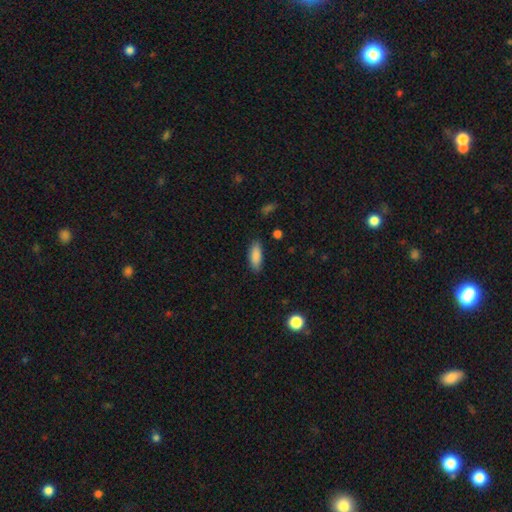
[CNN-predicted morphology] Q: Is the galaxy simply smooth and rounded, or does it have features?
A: smooth — 87%.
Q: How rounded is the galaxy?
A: in between — 72%.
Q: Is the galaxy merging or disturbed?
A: none — 83%.